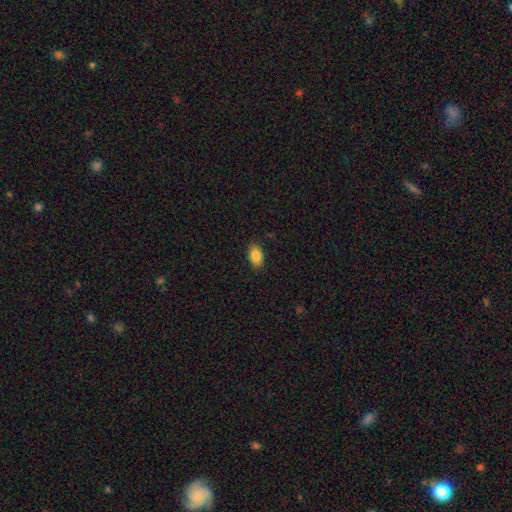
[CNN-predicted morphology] The model was most divided on "merging": none: 87%, minor disturbance: 9%, major disturbance: 2%, merger: 1%. More confident: how rounded — in between (92%); smooth or featured — smooth (87%).